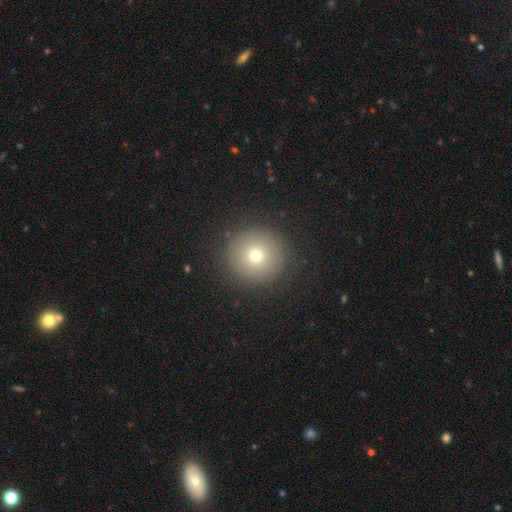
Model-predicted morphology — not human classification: Smooth or featured: smooth — 71% (featured or disk — 15%)
How rounded: round — 96% (in between — 3%)
Merging: none — 89% (minor disturbance — 6%)